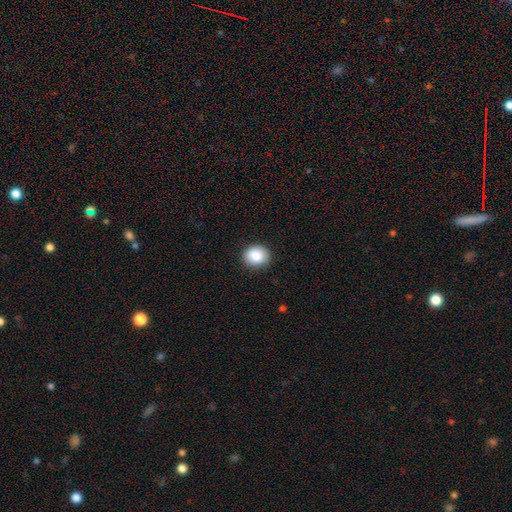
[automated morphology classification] Overall: smooth (88%). How rounded: round (67%; in between 32%). Merging: none (86%).